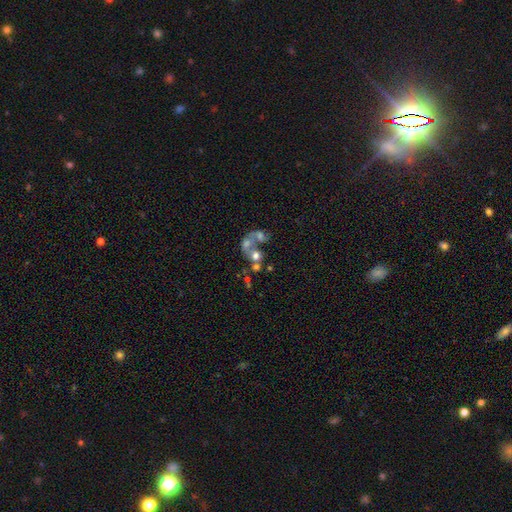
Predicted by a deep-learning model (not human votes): This appears to be a smooth galaxy with no disk features (42%, tied with featured or disk). Merging: merger (61%).